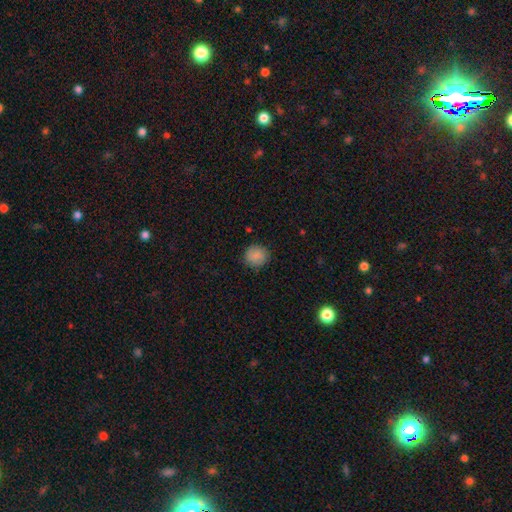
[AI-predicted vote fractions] This appears to be a smooth galaxy with no disk features (85%) that is round (89%). Merging: none (87%).